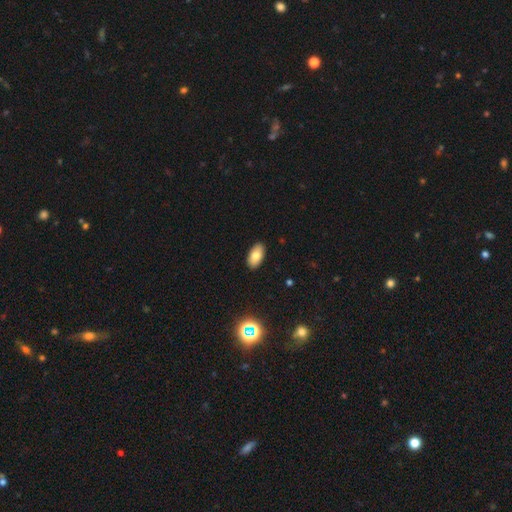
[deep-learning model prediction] Smooth or featured? smooth (78%)
How rounded? in between (94%)
Merging? none (90%)